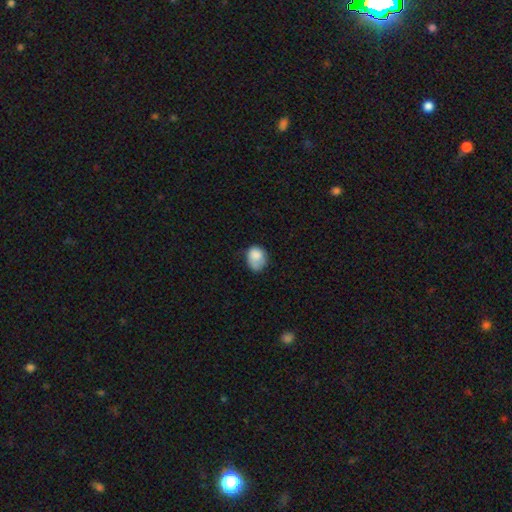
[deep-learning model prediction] A smooth galaxy with no disk features (81%) that is in between round and cigar-shaped (55%). Merging: none (43%).